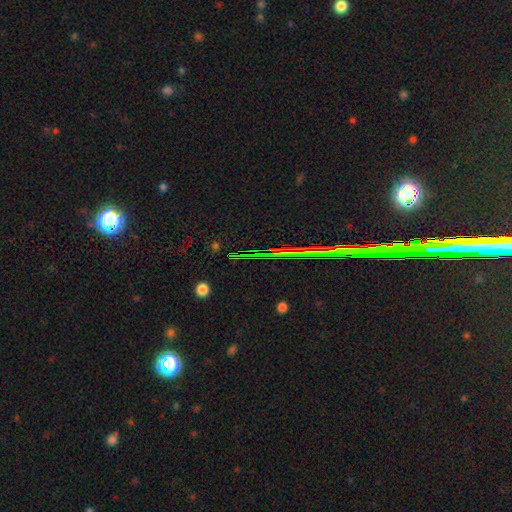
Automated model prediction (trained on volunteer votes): Morphology: type=star or artifact (73%).